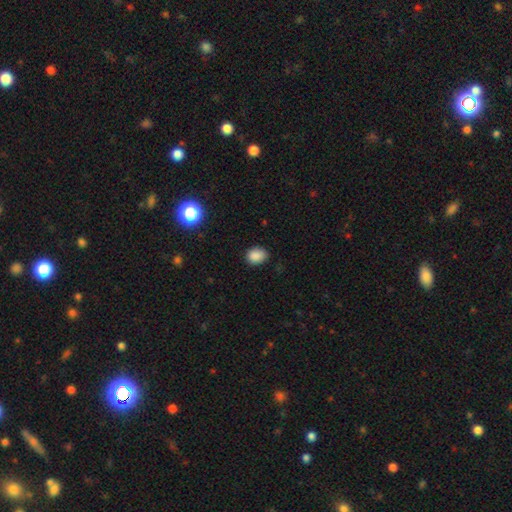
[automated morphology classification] This is clearly a smooth galaxy (86%). How rounded: possibly in between (57%). Merging: likely none (79%).